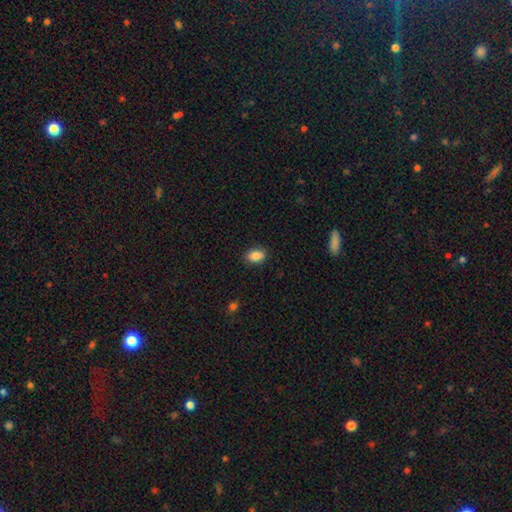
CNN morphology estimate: This appears to be a smooth galaxy with no disk features (86%) that is in between round and cigar-shaped (83%). Merging: none (87%).